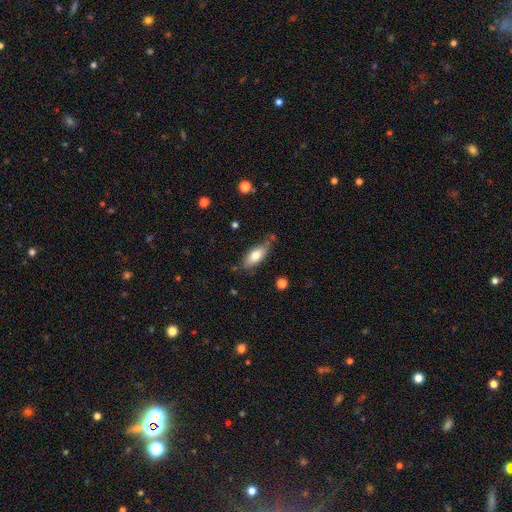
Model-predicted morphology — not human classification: smooth 74%, featured or disk 19%, star or artifact 7%. Down the decision tree: how rounded — in between (79%); merging — none (68%).